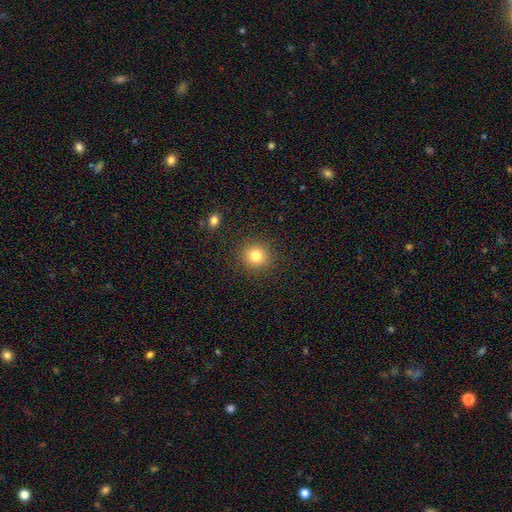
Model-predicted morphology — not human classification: Smooth or featured? Predicted: smooth (p=0.81). How rounded? Predicted: round (p=0.90). Merging? Predicted: none (p=0.90).